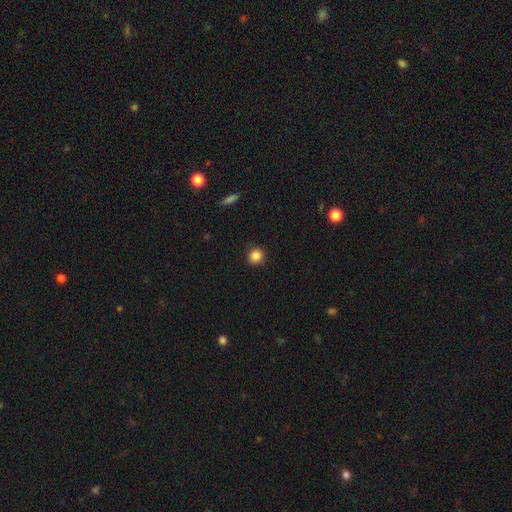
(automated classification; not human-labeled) Smooth or featured? Predicted: smooth (p=0.86). How rounded? Predicted: round (p=0.91). Merging? Predicted: none (p=0.90).